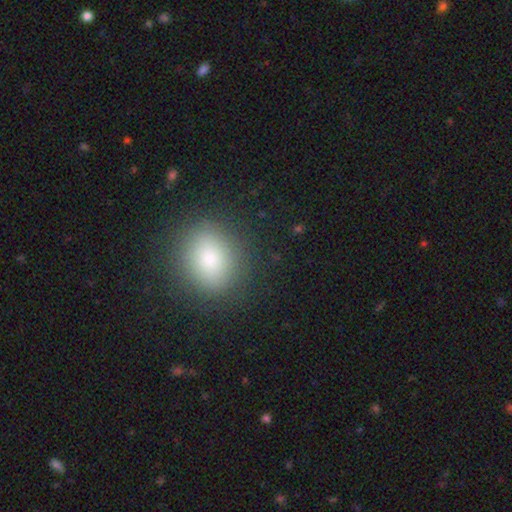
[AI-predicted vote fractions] Smooth or featured: smooth — 80% (star or artifact — 14%)
How rounded: round — 57% (in between — 41%)
Merging: none — 91% (minor disturbance — 6%)